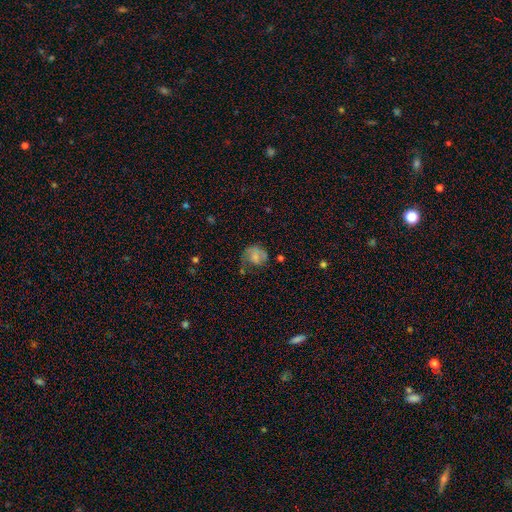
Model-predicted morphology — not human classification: Overall: smooth (57%; featured or disk 33%). How rounded: round (63%; in between 36%). Merging: none (36%; major disturbance 32%).